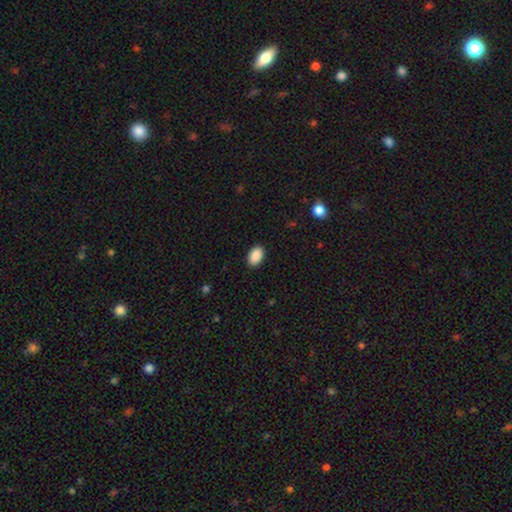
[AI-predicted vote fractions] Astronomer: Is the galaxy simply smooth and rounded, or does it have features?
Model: smooth — 90%.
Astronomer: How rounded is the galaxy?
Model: in between — 91%.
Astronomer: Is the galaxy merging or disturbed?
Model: none — 90%.